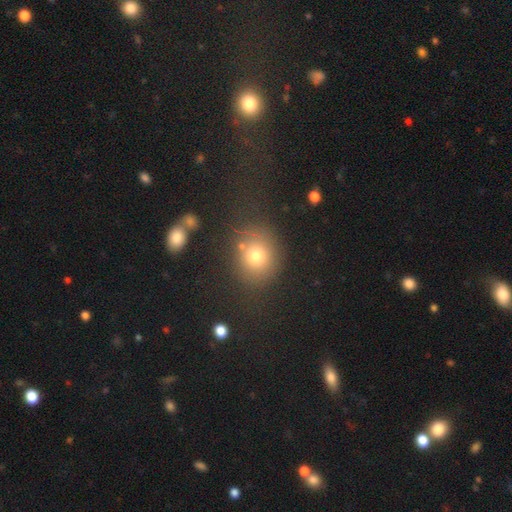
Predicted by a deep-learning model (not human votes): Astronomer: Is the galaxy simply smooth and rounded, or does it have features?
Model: smooth — 75%.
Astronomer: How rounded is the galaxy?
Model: round — 71%.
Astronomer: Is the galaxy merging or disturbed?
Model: none — 72%.